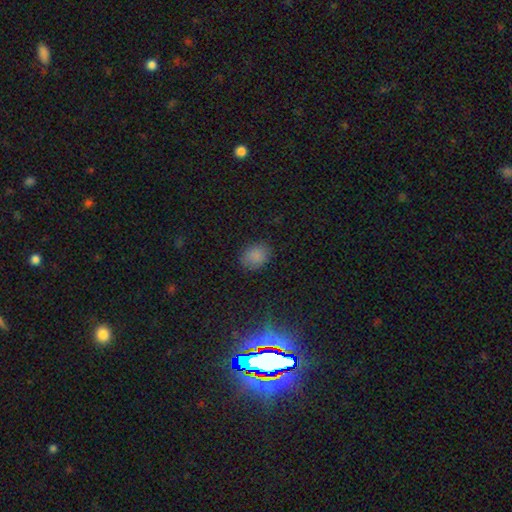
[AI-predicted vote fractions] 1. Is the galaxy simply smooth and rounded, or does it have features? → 83% smooth, 13% star or artifact, 5% featured or disk.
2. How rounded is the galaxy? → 57% in between, 41% round, 1% cigar-shaped.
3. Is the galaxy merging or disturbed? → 85% none, 11% minor disturbance, 3% major disturbance, 1% merger.